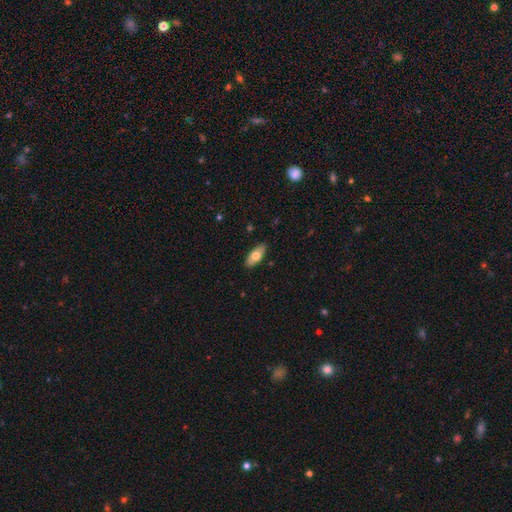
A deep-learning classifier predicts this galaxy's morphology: Smooth or featured?
  - smooth: 67% *
  - featured or disk: 27%
  - star or artifact: 6%
How rounded?
  - in between: 83% *
  - cigar-shaped: 14%
  - round: 3%
Merging?
  - none: 88% *
  - minor disturbance: 10%
  - major disturbance: 2%
  - merger: 1%